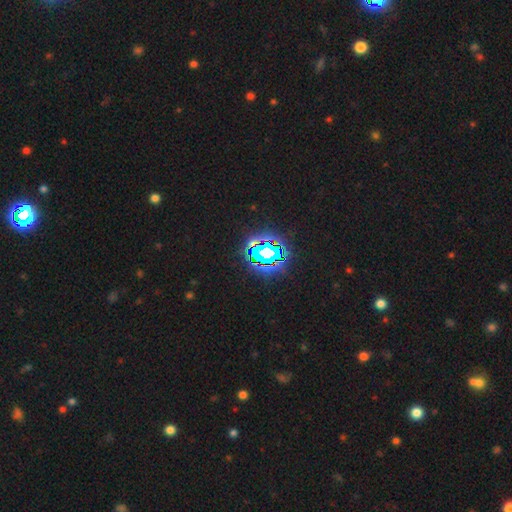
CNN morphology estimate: Overall: star or artifact (82%).